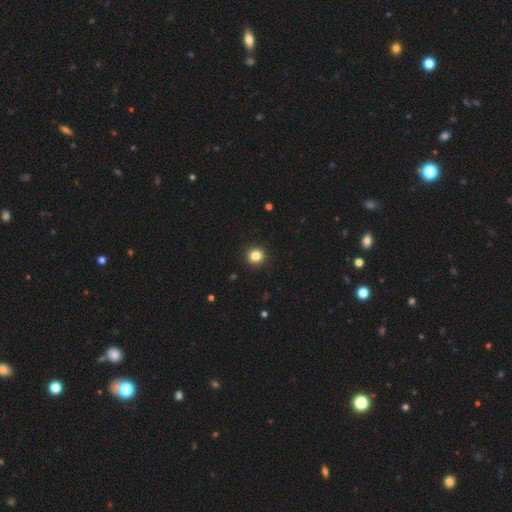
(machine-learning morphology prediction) Smooth or featured? Predicted: smooth (p=0.84). How rounded? Predicted: round (p=0.88). Merging? Predicted: none (p=0.92).